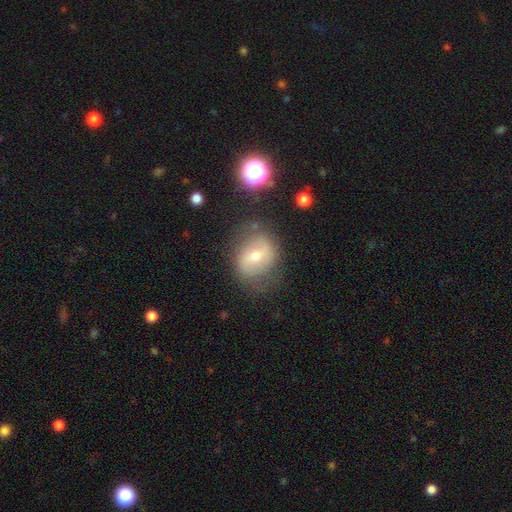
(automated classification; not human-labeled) smooth-or-featured: smooth: 46% | featured or disk: 44% | star or artifact: 10%
  merging: none: 67% | minor disturbance: 21% | major disturbance: 10% | merger: 3%